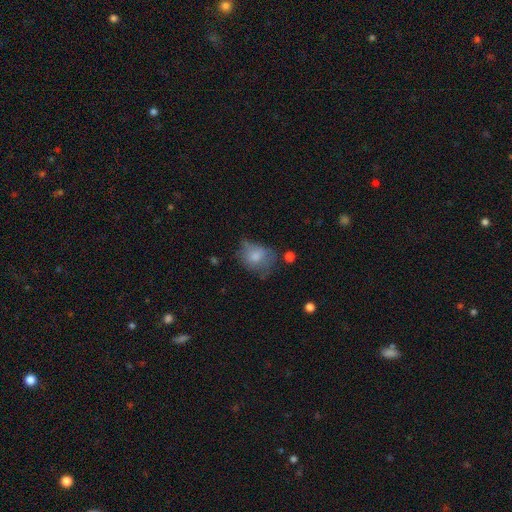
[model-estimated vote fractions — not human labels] smooth-or-featured: smooth: 70% | featured or disk: 20% | star or artifact: 9%
  how-rounded: in between: 53% | round: 46% | cigar-shaped: 1%
  merging: none: 39% | minor disturbance: 33% | major disturbance: 23% | merger: 5%